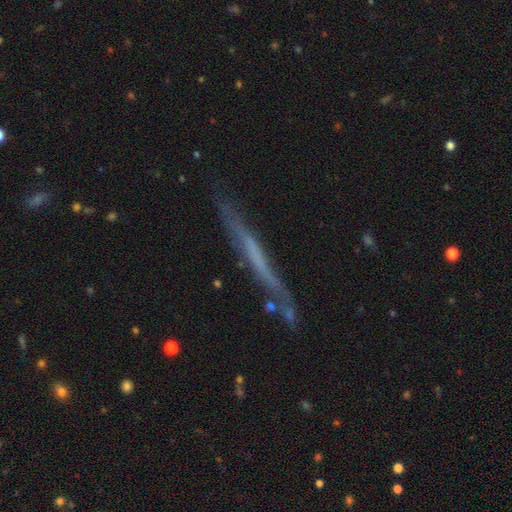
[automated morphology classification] smooth-or-featured: featured or disk: 58% | smooth: 34% | star or artifact: 8%
  disk-edge-on: yes: 91% | no: 9%
    edge-on-bulge: none: 86% | rounded: 7% | boxy: 6%
  merging: none: 76% | minor disturbance: 17% | major disturbance: 4% | merger: 3%